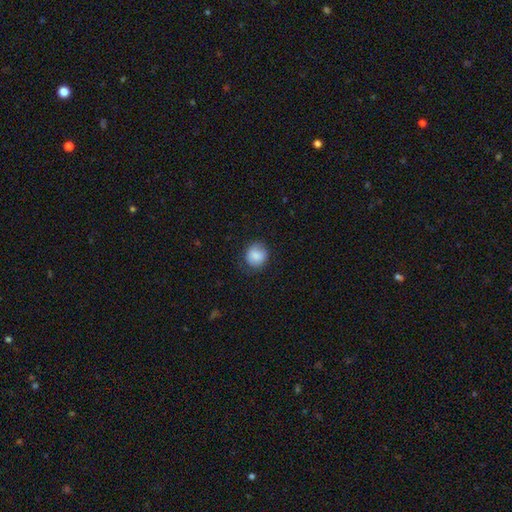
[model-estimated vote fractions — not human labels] Overall: smooth (85%). How rounded: round (78%). Merging: none (74%).